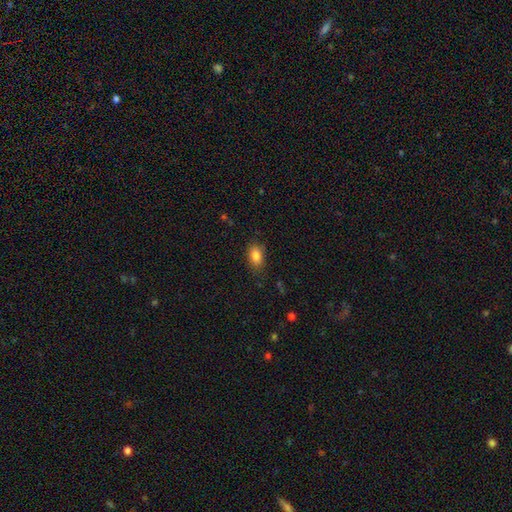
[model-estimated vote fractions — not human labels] This is clearly a smooth galaxy (85%). How rounded: clearly in between (86%). Merging: clearly none (81%).